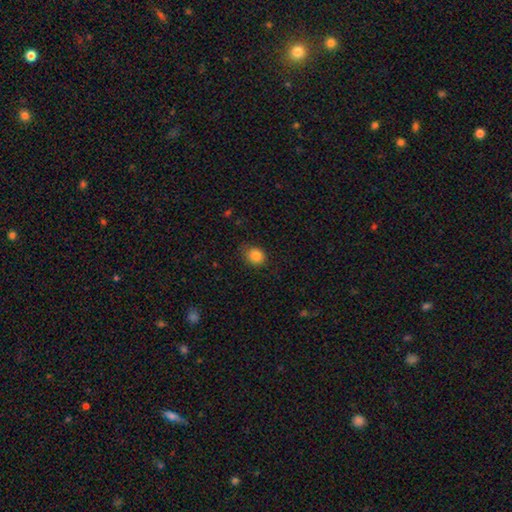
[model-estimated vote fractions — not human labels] Q: Smooth or featured?
A: smooth (85%); runner-up: star or artifact (10%)
Q: How rounded?
A: round (61%); runner-up: in between (38%)
Q: Merging?
A: none (75%); runner-up: minor disturbance (20%)